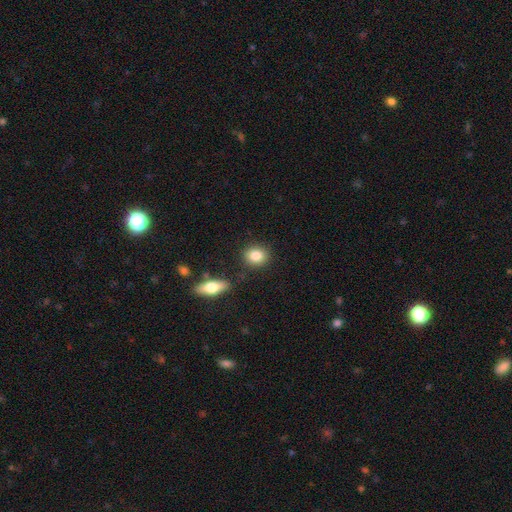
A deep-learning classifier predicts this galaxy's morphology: This appears to be a smooth galaxy with no disk features (85%) that is round (66%). Merging: none (84%).